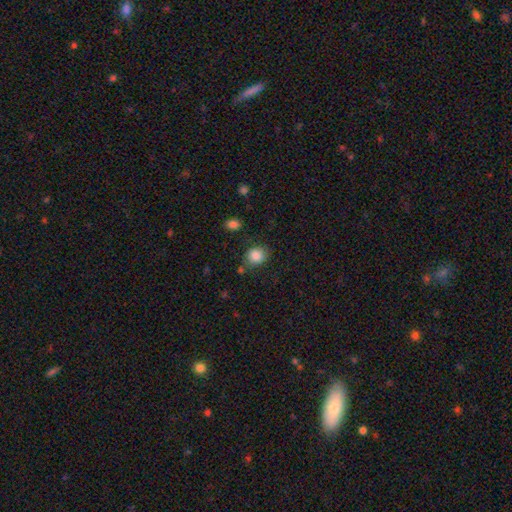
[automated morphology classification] Smooth or featured? Predicted: smooth (p=0.85). How rounded? Predicted: round (p=0.68). Merging? Predicted: none (p=0.76).